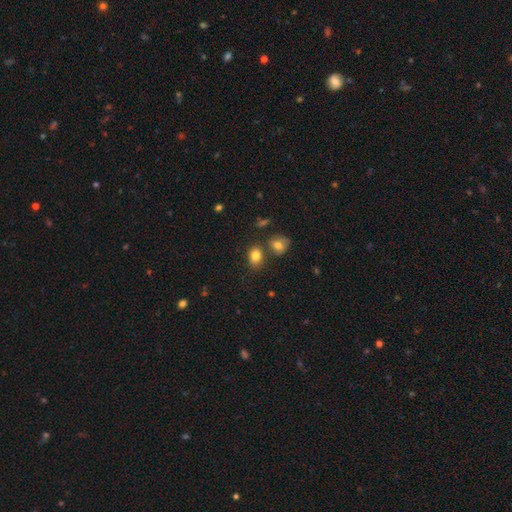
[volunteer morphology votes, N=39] type=smooth (77%); roundness=in between (70%); merging=none (71%).